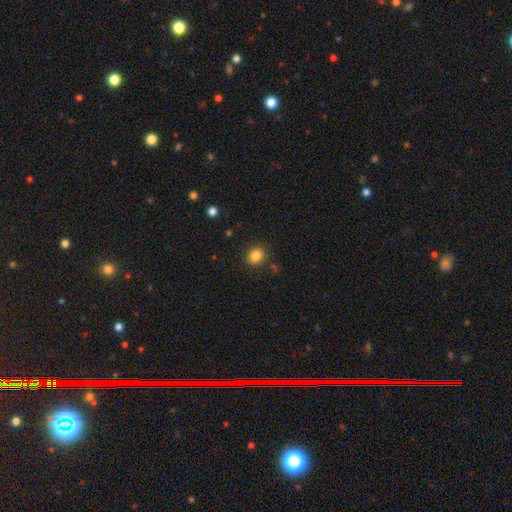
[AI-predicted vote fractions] Overall: smooth (84%). How rounded: round (81%). Merging: none (88%).